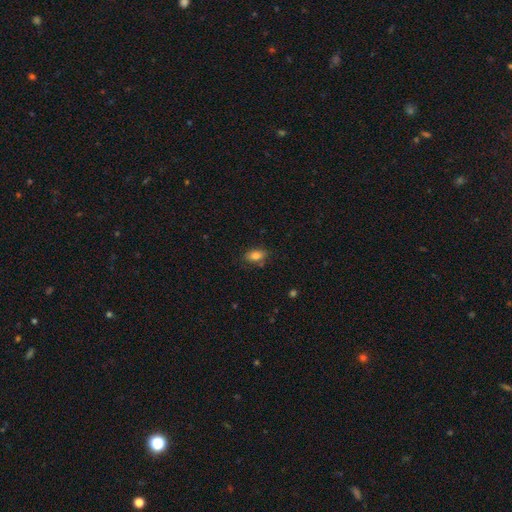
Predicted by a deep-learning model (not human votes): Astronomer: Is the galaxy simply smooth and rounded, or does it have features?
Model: smooth — 82%.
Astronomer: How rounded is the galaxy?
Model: in between — 87%.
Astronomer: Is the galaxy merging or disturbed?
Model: none — 79%.